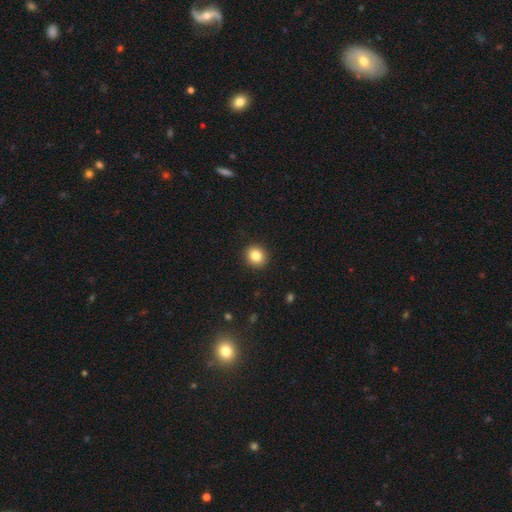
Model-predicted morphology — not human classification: Q: Smooth or featured?
A: smooth (84%); runner-up: star or artifact (10%)
Q: How rounded?
A: round (85%); runner-up: in between (14%)
Q: Merging?
A: none (92%); runner-up: minor disturbance (5%)